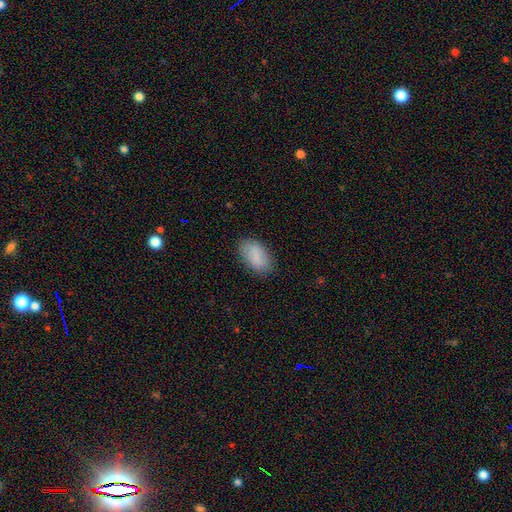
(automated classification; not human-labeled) Overall: smooth (87%). How rounded: in between (94%). Merging: none (82%).